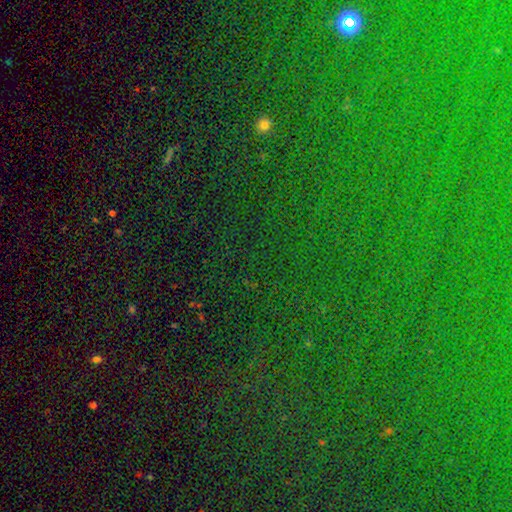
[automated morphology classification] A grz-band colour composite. It shows a star or artifact, not a galaxy (82%).